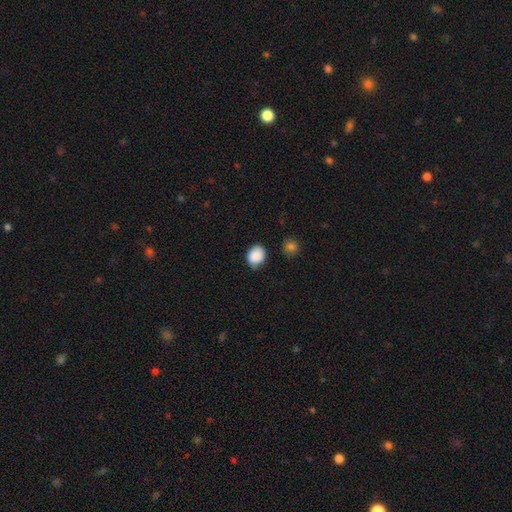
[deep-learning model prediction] smooth 89%, star or artifact 8%, featured or disk 3%. Down the decision tree: how rounded — round (57%); merging — none (74%).